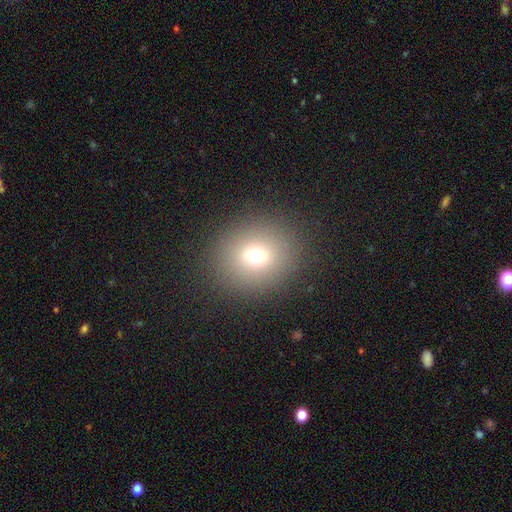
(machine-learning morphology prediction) This appears to be a smooth galaxy with no disk features (70%) that is round (77%). Merging: none (88%).